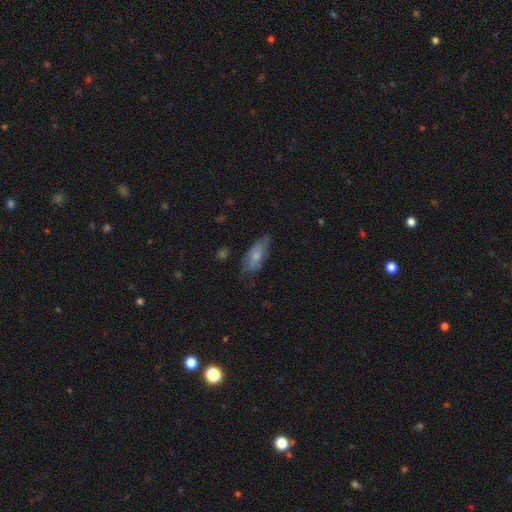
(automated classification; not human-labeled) Morphology: type=smooth (57%); roundness=in between (79%); merging=none (58%).